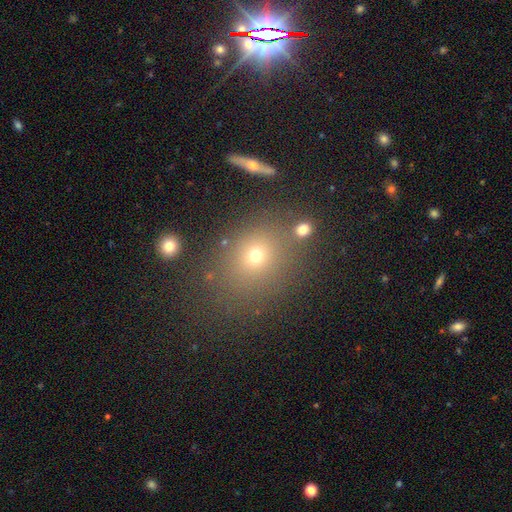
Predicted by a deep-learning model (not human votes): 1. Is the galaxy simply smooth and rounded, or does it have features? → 66% smooth, 21% star or artifact, 13% featured or disk.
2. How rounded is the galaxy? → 62% round, 36% in between, 2% cigar-shaped.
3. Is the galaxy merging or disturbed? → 76% none, 12% minor disturbance, 7% merger, 5% major disturbance.